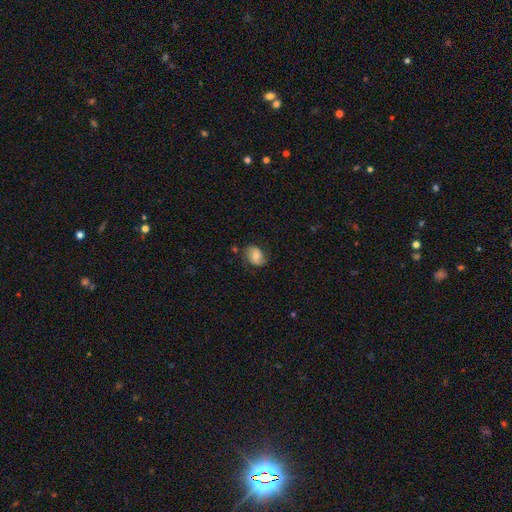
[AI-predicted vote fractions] Morphology: type=smooth (57%); roundness=in between (69%); merging=none (68%).